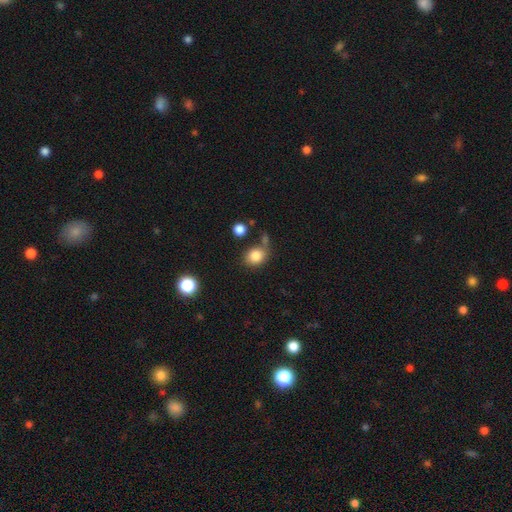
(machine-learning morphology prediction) smooth-or-featured: smooth: 83% | star or artifact: 10% | featured or disk: 6%
  how-rounded: round: 64% | in between: 35% | cigar-shaped: 1%
  merging: none: 63% | minor disturbance: 16% | merger: 14% | major disturbance: 6%